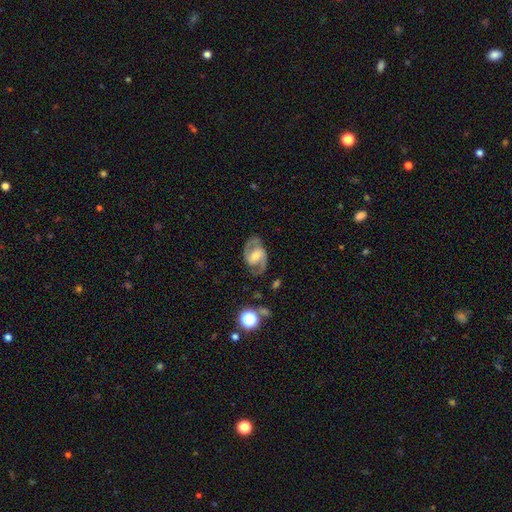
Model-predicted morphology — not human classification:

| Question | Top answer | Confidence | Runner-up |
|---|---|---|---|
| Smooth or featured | featured or disk | 85% | smooth (9%) |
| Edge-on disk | no | 97% | yes (3%) |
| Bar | weak | 43% | strong (29%) |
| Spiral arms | yes | 95% | no (5%) |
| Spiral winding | medium | 58% | tight (24%) |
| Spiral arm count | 2 | 92% | can't tell (3%) |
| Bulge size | moderate | 56% | small (34%) |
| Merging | none | 79% | minor disturbance (13%) |